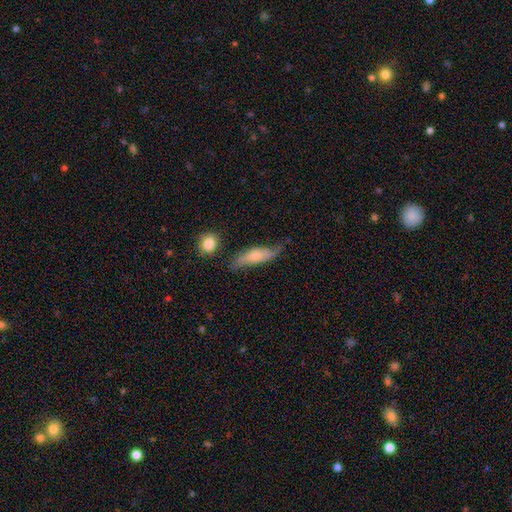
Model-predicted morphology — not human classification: Smooth or featured?
  - smooth: 48% *
  - featured or disk: 46%
  - star or artifact: 7%
Merging?
  - none: 53% *
  - minor disturbance: 31%
  - major disturbance: 11%
  - merger: 4%